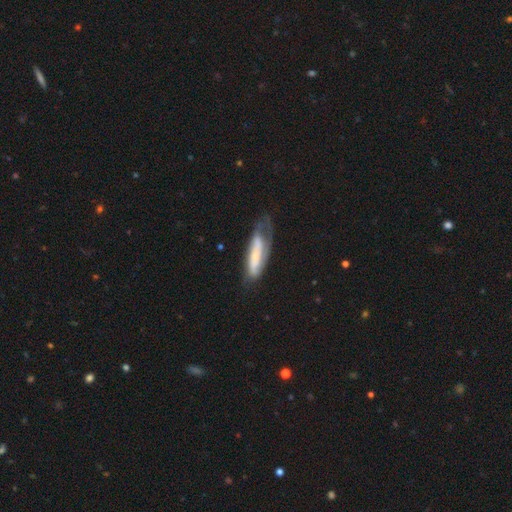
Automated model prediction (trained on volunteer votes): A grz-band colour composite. It shows a featured or disk galaxy (51%). Merging: none (38%).